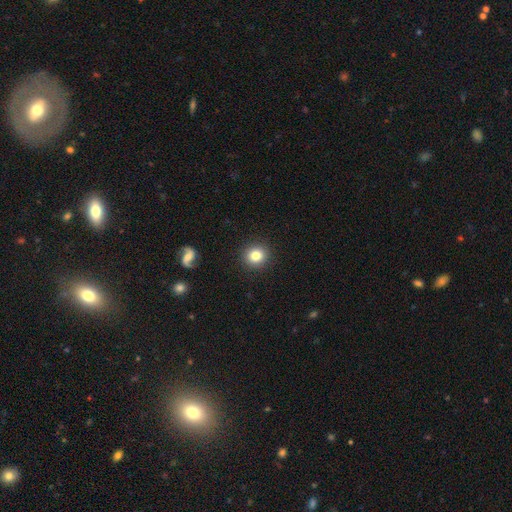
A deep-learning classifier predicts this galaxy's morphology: Q: Smooth or featured?
A: smooth (82%); runner-up: star or artifact (9%)
Q: How rounded?
A: round (89%); runner-up: in between (10%)
Q: Merging?
A: none (91%); runner-up: minor disturbance (6%)